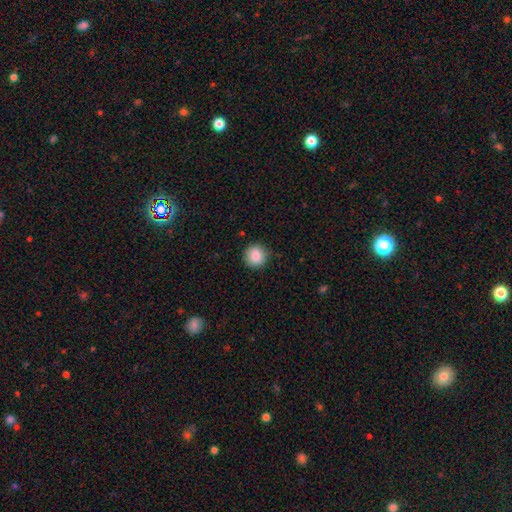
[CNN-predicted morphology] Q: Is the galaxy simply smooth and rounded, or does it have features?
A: smooth — 87%.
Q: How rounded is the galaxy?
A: round — 89%.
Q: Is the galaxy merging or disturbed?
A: none — 87%.